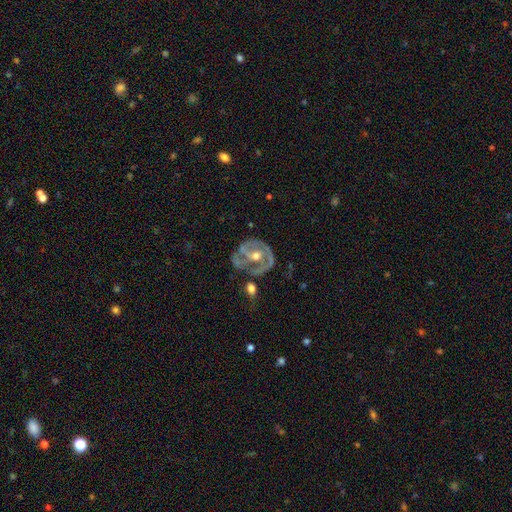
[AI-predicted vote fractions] smooth_or_featured: featured or disk (p=0.83) [alt: smooth p=0.11]
disk_edge_on: no (p=0.97) [alt: yes p=0.03]
bar: no (p=0.51) [alt: weak p=0.34]
has_spiral_arms: yes (p=0.80) [alt: no p=0.20]
spiral_winding: tight (p=0.47) [alt: medium p=0.39]
spiral_arm_count: 2 (p=0.45) [alt: can't tell p=0.21]
bulge_size: moderate (p=0.71) [alt: small p=0.24]
merging: none (p=0.48) [alt: minor disturbance p=0.24]